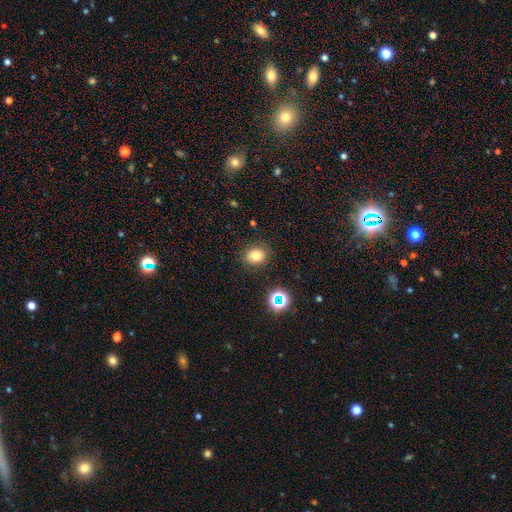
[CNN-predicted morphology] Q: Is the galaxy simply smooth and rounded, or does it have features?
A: smooth — 75%.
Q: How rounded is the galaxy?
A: round — 61%.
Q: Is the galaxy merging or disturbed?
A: none — 83%.